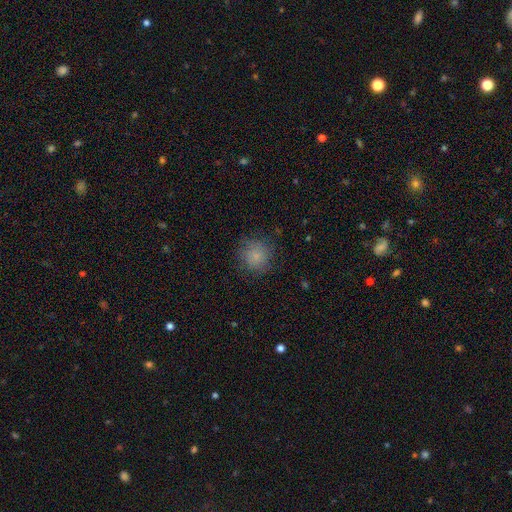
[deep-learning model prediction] A smooth galaxy with no disk features (81%) that is round (90%). Merging: none (77%).